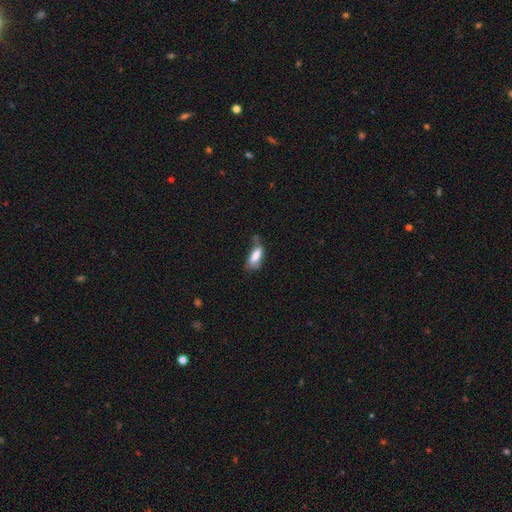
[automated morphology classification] This is likely a smooth galaxy (78%). How rounded: likely in between (74%). Merging: marginally none (38%).